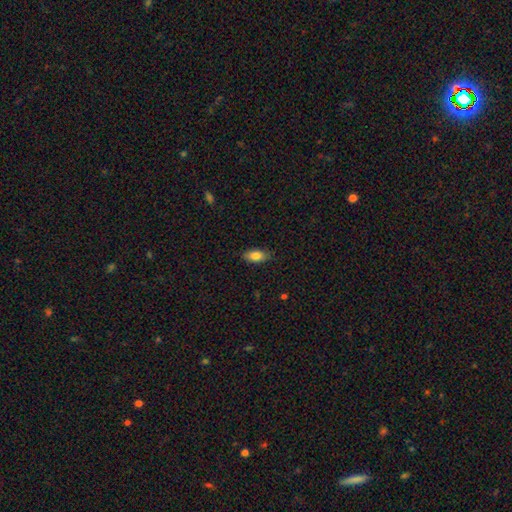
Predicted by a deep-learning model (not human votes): smooth_or_featured: smooth (p=0.82) [alt: featured or disk p=0.10]
how_rounded: in between (p=0.88) [alt: cigar-shaped p=0.08]
merging: none (p=0.84) [alt: minor disturbance p=0.13]